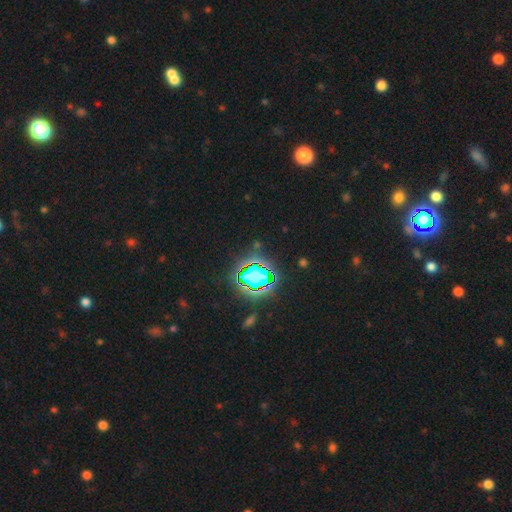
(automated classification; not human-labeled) The model was most divided on "smooth or featured": star or artifact: 81%, smooth: 12%, featured or disk: 7%.